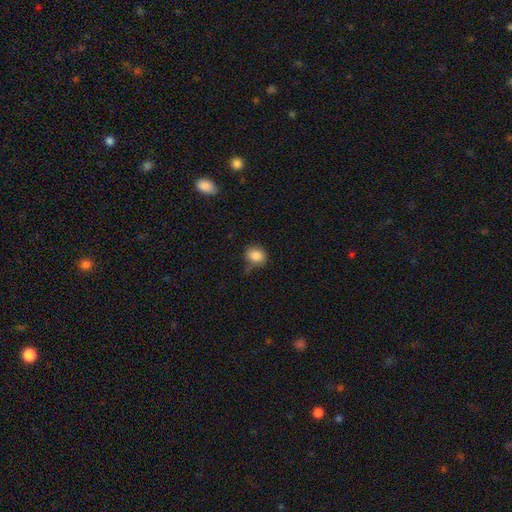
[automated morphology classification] Smooth or featured?
  - smooth: 85% *
  - star or artifact: 9%
  - featured or disk: 6%
How rounded?
  - round: 66% *
  - in between: 33%
  - cigar-shaped: 1%
Merging?
  - none: 71% *
  - minor disturbance: 20%
  - major disturbance: 5%
  - merger: 4%